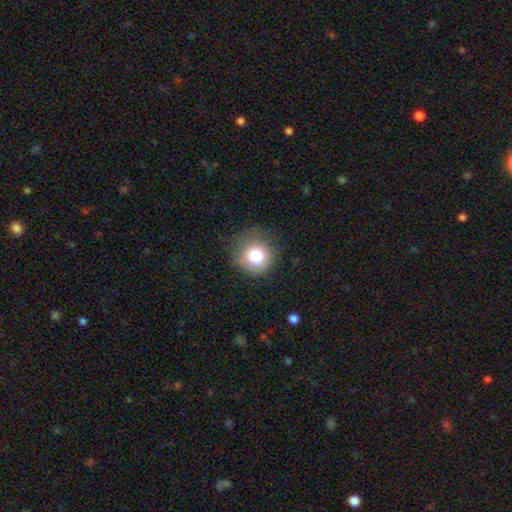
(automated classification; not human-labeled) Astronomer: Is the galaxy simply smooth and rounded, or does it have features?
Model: smooth — 79%.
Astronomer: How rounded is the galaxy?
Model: round — 92%.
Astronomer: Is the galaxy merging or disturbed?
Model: none — 70%.